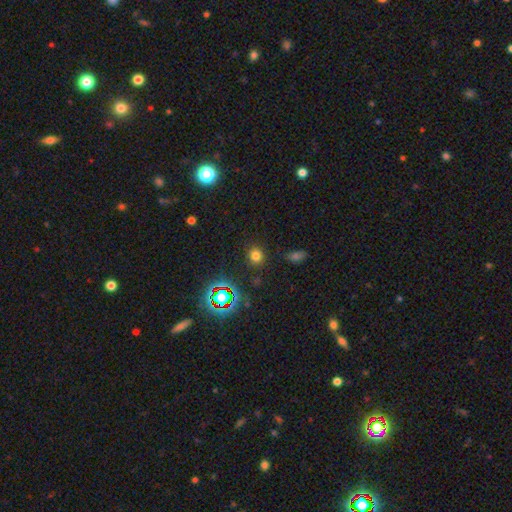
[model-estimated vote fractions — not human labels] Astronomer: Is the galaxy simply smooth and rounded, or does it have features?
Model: smooth — 72%.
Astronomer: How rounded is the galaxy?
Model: round — 78%.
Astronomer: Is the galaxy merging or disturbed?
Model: none — 87%.